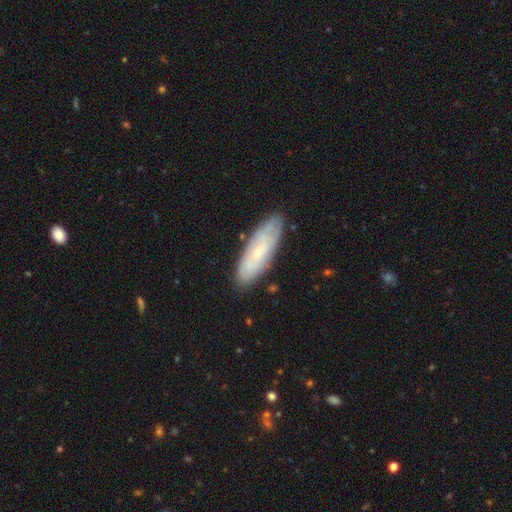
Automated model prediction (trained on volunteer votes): Smooth or featured? smooth (48%)
Merging? none (83%)